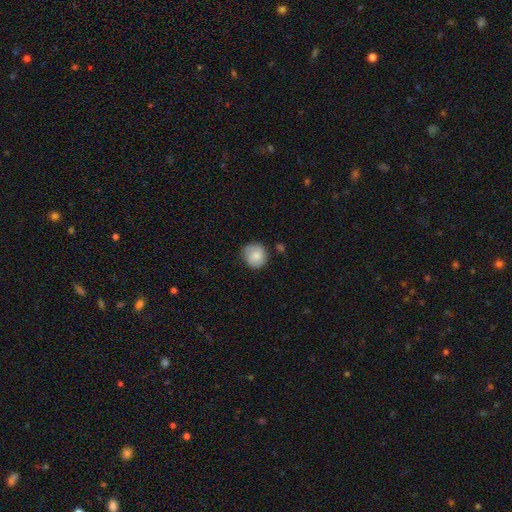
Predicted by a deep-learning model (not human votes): This is clearly a smooth galaxy (80%). How rounded: clearly round (87%). Merging: likely none (77%).